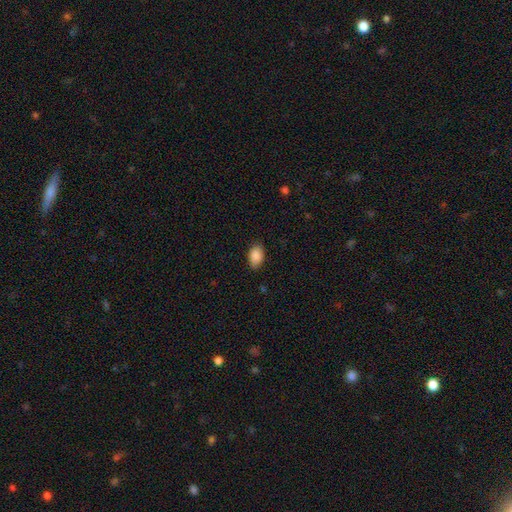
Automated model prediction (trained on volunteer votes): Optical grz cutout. It shows a smooth galaxy with no disk features (89%) that is in between round and cigar-shaped (90%). Merging: none (81%).